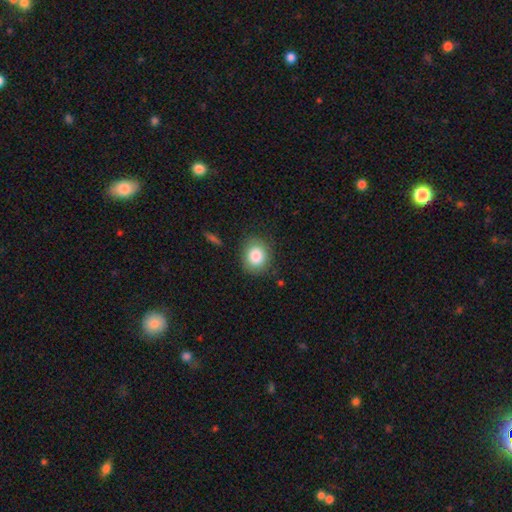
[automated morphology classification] This appears to be a smooth galaxy with no disk features (83%) that is round (69%). Merging: none (82%).